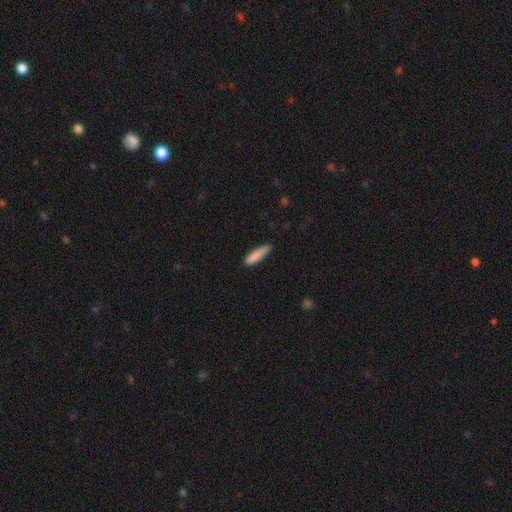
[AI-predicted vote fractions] This is clearly a smooth galaxy (86%). How rounded: likely cigar-shaped (73%). Merging: likely none (72%).